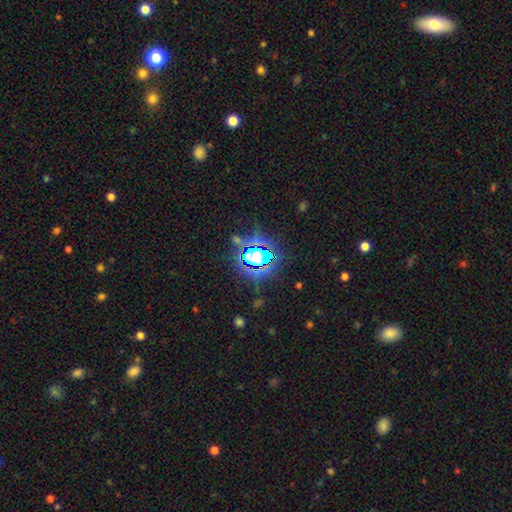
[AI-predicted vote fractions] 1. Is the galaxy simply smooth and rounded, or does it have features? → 67% star or artifact, 21% smooth, 12% featured or disk.